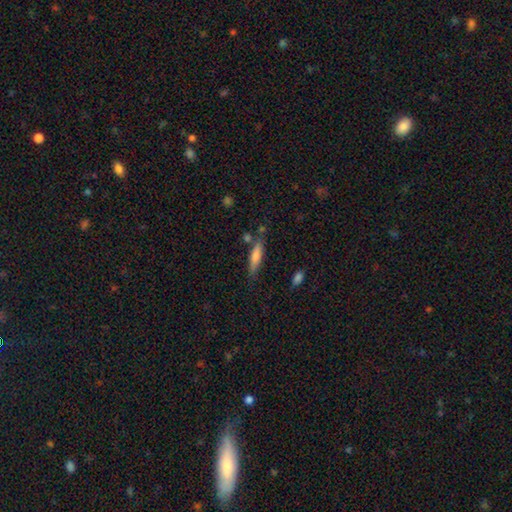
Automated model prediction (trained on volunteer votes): Morphology: type=smooth (65%); roundness=cigar-shaped (79%); merging=none (75%).